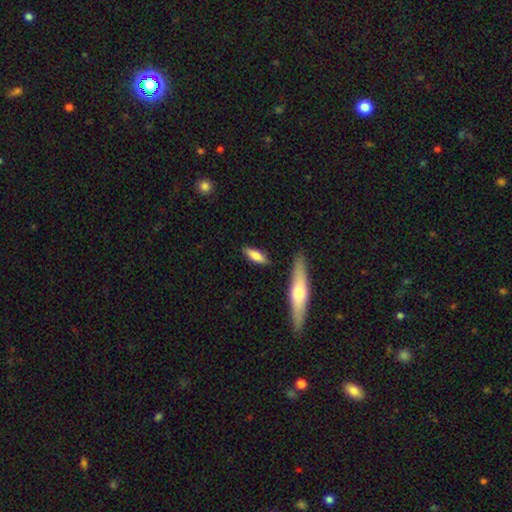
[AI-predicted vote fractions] smooth 75%, featured or disk 19%, star or artifact 6%. Down the decision tree: how rounded — cigar-shaped (50%); merging — none (82%).